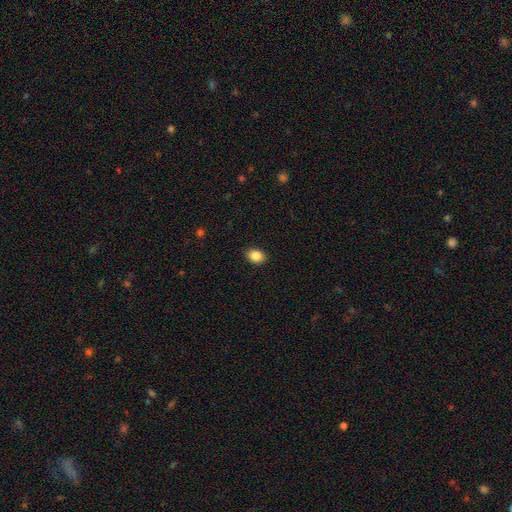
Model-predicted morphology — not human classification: Smooth or featured? Predicted: smooth (p=0.86). How rounded? Predicted: in between (p=0.67). Merging? Predicted: none (p=0.90).